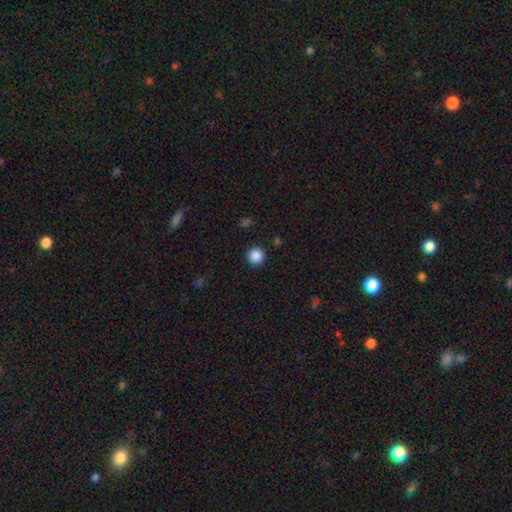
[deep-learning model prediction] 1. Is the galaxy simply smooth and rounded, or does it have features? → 88% smooth, 10% star or artifact, 2% featured or disk.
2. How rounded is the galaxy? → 96% round, 3% in between, 1% cigar-shaped.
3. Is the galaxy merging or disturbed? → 92% none, 5% minor disturbance, 2% major disturbance, 1% merger.